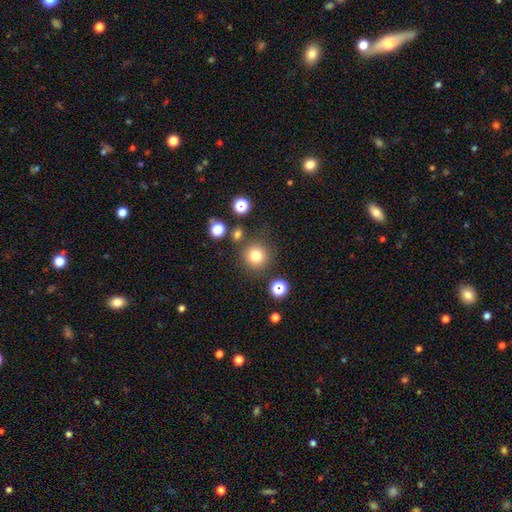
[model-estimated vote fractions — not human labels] A smooth galaxy with no disk features (77%) that is round (95%). Merging: none (83%).